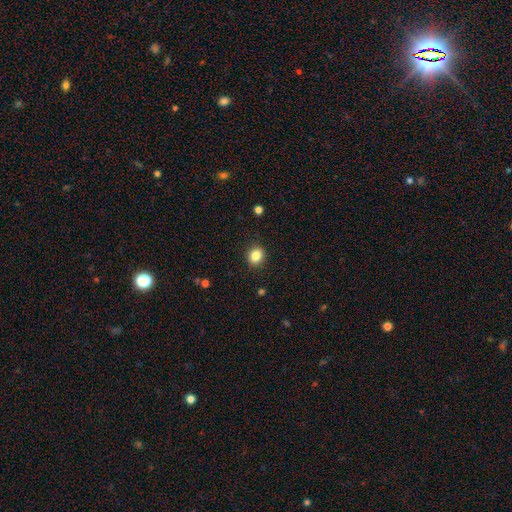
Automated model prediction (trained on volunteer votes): A smooth galaxy with no disk features (85%) that is round (69%). Merging: none (90%).